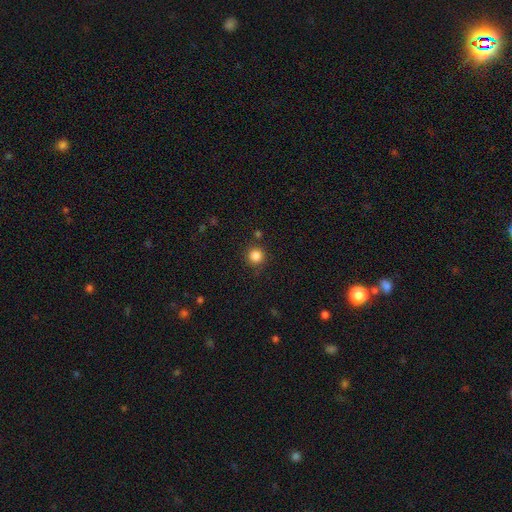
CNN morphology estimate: Smooth or featured: smooth — 84% (star or artifact — 12%)
How rounded: round — 95% (in between — 4%)
Merging: none — 87% (minor disturbance — 7%)